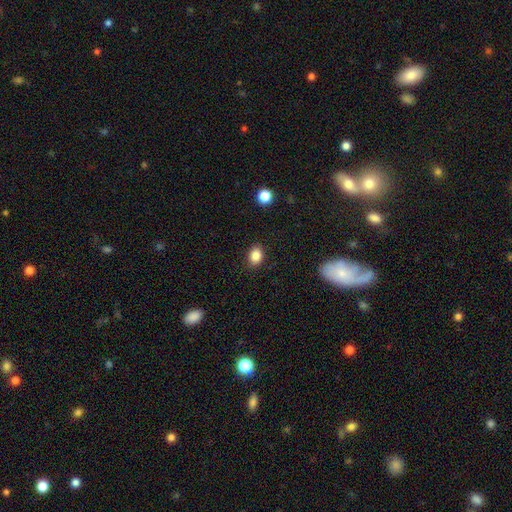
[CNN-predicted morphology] Q: Smooth or featured?
A: smooth (86%); runner-up: star or artifact (9%)
Q: How rounded?
A: in between (70%); runner-up: round (29%)
Q: Merging?
A: none (87%); runner-up: minor disturbance (10%)